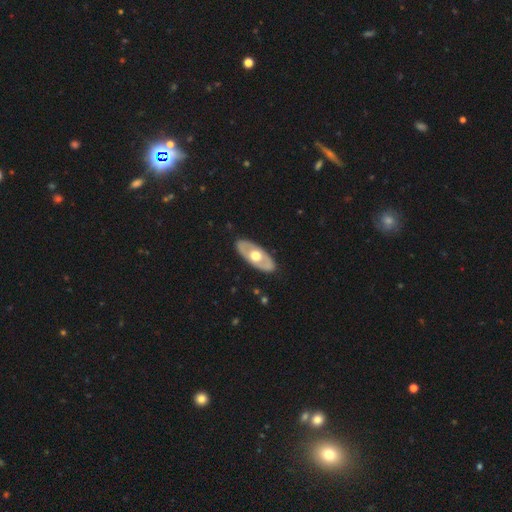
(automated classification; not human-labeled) This appears to be a featured or disk galaxy (53%). Merging: none (87%).